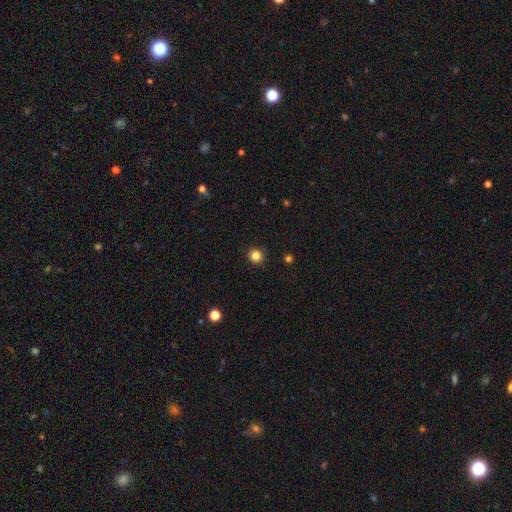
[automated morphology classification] Smooth or featured: smooth — 84% (star or artifact — 12%)
How rounded: round — 94% (in between — 5%)
Merging: none — 93% (minor disturbance — 5%)